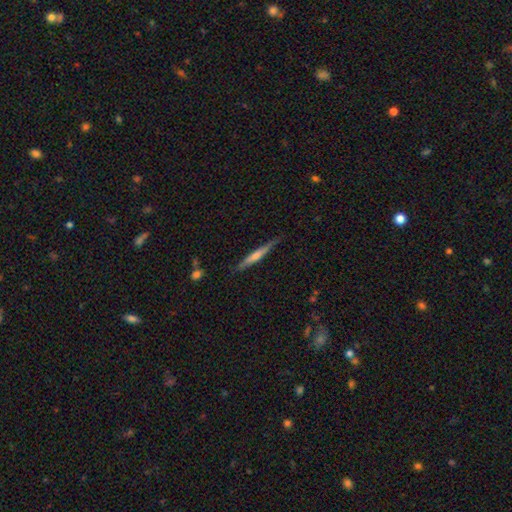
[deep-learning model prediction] Smooth or featured: featured or disk — 63% (smooth — 31%)
Edge-on disk: yes — 97% (no — 3%)
Edge-on bulge: rounded — 63% (none — 27%)
Merging: none — 87% (minor disturbance — 10%)